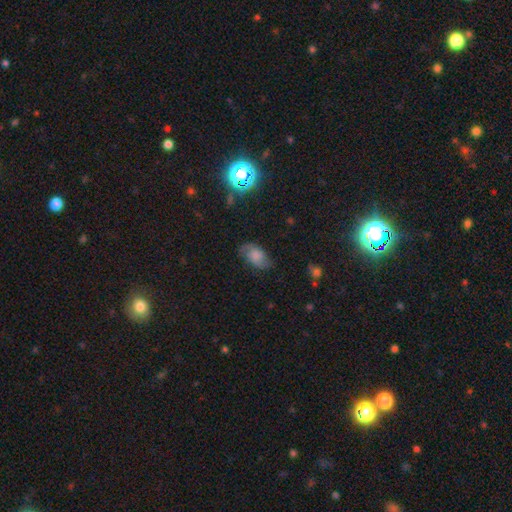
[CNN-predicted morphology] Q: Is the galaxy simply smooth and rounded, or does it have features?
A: smooth — 46%.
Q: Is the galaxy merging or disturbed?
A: none — 66%.